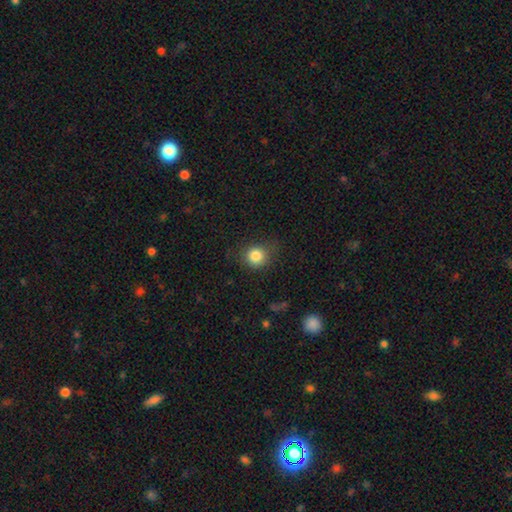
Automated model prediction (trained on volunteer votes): Q: Smooth or featured?
A: smooth (84%); runner-up: star or artifact (11%)
Q: How rounded?
A: round (84%); runner-up: in between (15%)
Q: Merging?
A: none (77%); runner-up: minor disturbance (16%)